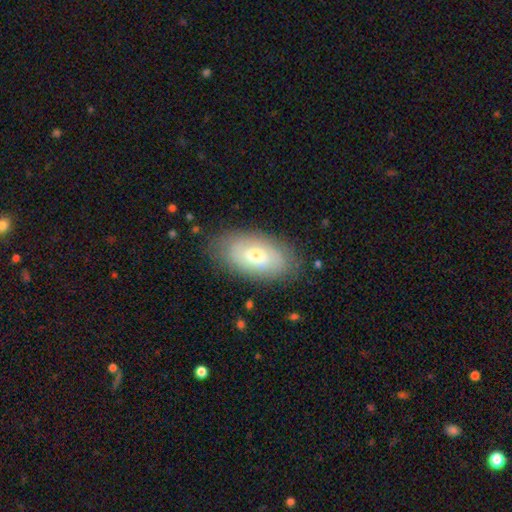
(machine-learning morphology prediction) Overall: smooth (53%; featured or disk 40%). How rounded: in between (93%). Merging: none (79%).